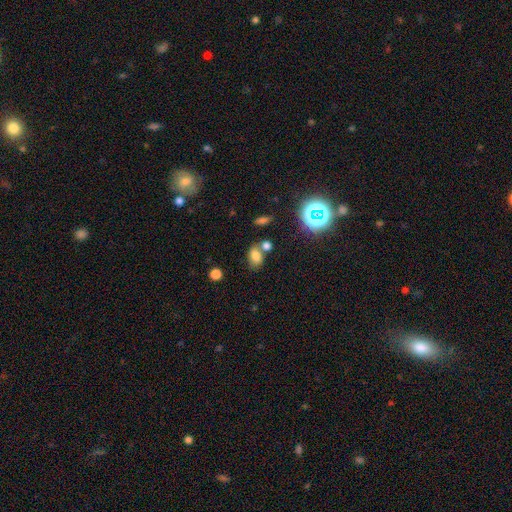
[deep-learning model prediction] smooth 71%, star or artifact 18%, featured or disk 10%. Down the decision tree: how rounded — in between (77%); merging — none (52%).